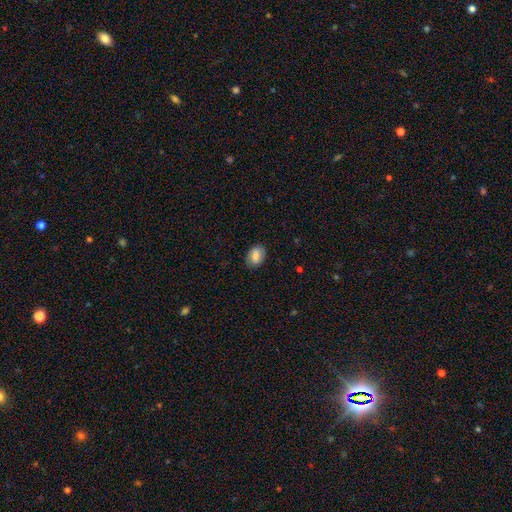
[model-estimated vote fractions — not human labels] A smooth galaxy with no disk features (79%) that is in between round and cigar-shaped (79%).

Vote fractions:
- Smooth or featured? smooth: 79% / featured or disk: 13% / star or artifact: 8%
- How rounded? in between: 79% / round: 20% / cigar-shaped: 1%
- Merging? none: 82% / minor disturbance: 13% / major disturbance: 3% / merger: 1%